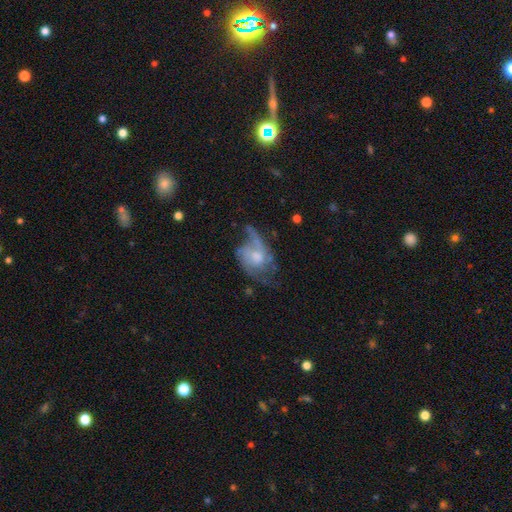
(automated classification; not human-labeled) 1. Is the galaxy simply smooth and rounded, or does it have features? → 72% featured or disk, 21% smooth, 7% star or artifact.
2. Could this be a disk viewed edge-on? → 97% no, 3% yes.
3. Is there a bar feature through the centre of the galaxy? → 67% no, 29% weak, 4% strong.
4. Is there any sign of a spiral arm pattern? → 82% yes, 18% no.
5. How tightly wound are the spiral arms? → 51% loose, 36% medium, 13% tight.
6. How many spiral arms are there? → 54% 2, 17% 1, 17% can't tell, 7% 3, 3% 4, 3% more than 4.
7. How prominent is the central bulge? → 47% moderate, 28% small, 12% large, 10% none, 2% dominant.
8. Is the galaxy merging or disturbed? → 36% major disturbance, 35% none, 24% minor disturbance, 4% merger.